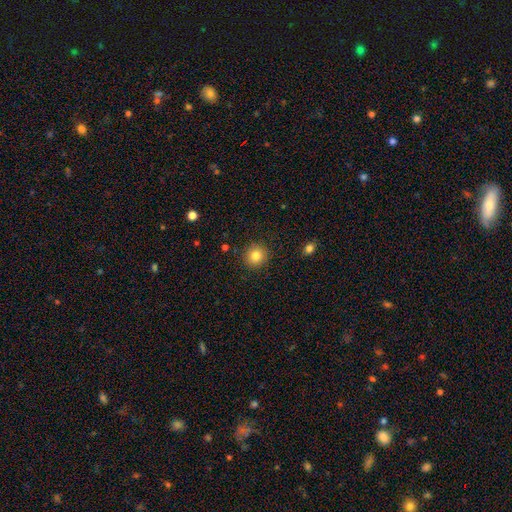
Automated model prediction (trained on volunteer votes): This is clearly a smooth galaxy (83%). How rounded: clearly round (92%). Merging: clearly none (91%).